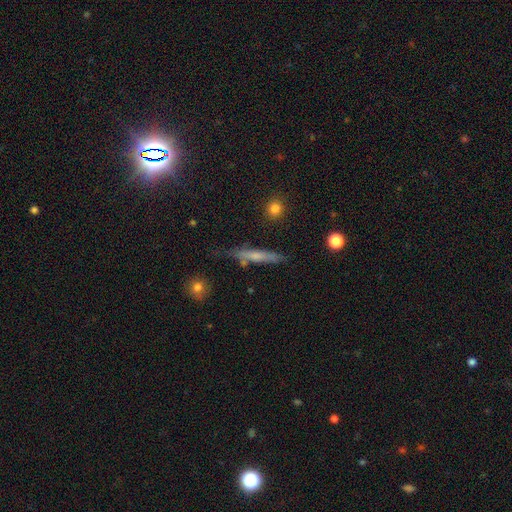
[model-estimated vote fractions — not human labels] Overall: smooth (48%; featured or disk 45%). Merging: none (74%).